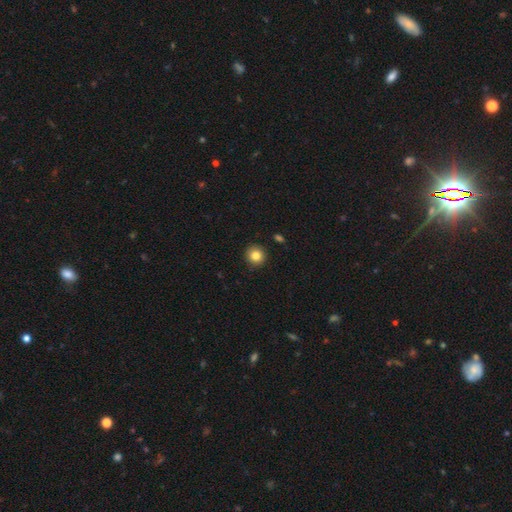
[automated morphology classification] The model was most divided on "smooth or featured": smooth: 83%, star or artifact: 10%, featured or disk: 7%. More confident: how rounded — round (94%); merging — none (91%).